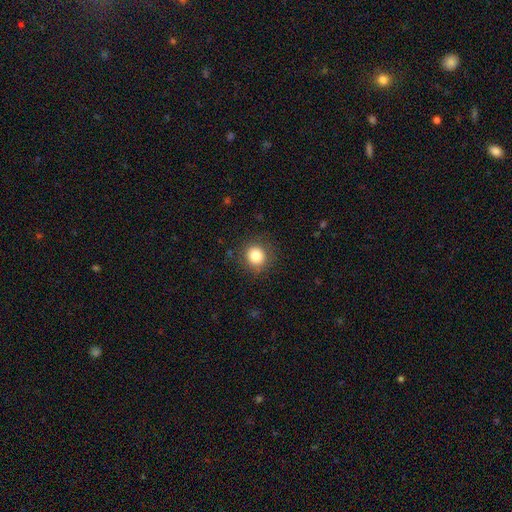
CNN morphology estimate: smooth_or_featured: smooth (p=0.83) [alt: star or artifact p=0.11]
how_rounded: round (p=0.88) [alt: in between p=0.11]
merging: none (p=0.86) [alt: minor disturbance p=0.09]